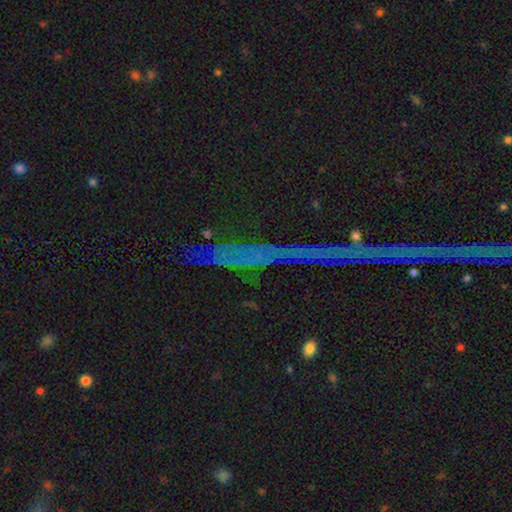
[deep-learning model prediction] Smooth or featured? star or artifact (79%)